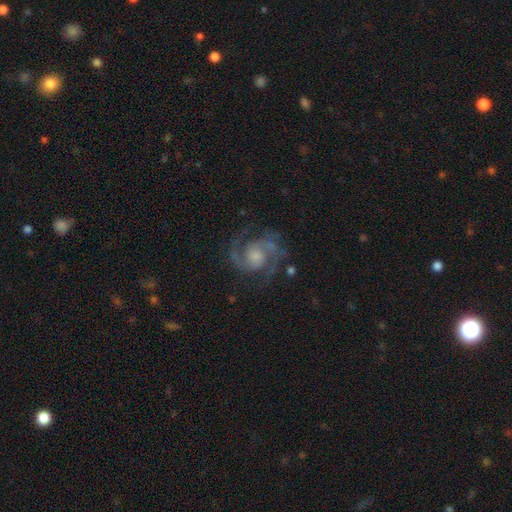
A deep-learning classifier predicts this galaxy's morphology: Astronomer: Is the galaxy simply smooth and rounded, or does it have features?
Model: featured or disk — 89%.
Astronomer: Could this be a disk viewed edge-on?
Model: no — 98%.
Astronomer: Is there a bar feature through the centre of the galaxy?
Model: no — 59% (runner-up: weak, 34%).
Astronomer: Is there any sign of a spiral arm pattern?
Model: yes — 98%.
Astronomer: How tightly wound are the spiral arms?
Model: medium — 59%.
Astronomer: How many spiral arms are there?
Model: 2 — 81%.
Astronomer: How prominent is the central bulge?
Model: moderate — 40% (runner-up: small, 35%).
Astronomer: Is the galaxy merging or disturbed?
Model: none — 76%.